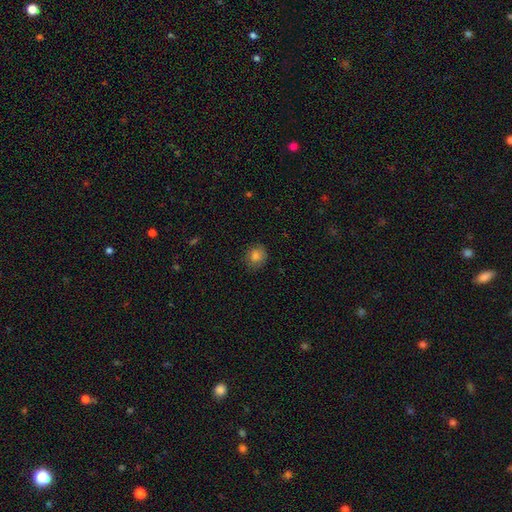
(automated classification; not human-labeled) Smooth or featured? Predicted: smooth (p=0.81). How rounded? Predicted: round (p=0.77). Merging? Predicted: none (p=0.81).